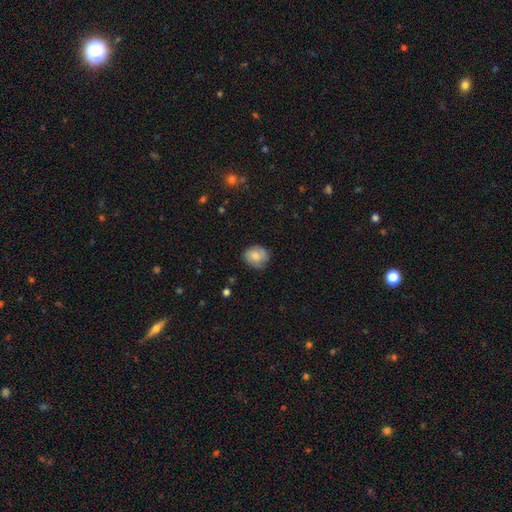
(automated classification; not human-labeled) Smooth or featured? smooth (68%)
How rounded? round (70%)
Merging? none (74%)